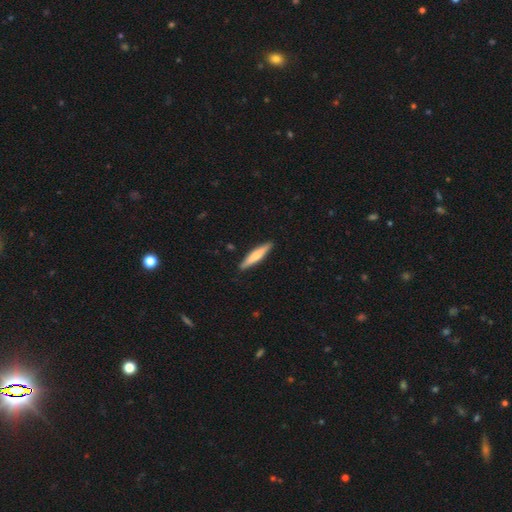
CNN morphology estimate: type=smooth (64%); roundness=cigar-shaped (89%); merging=none (90%).